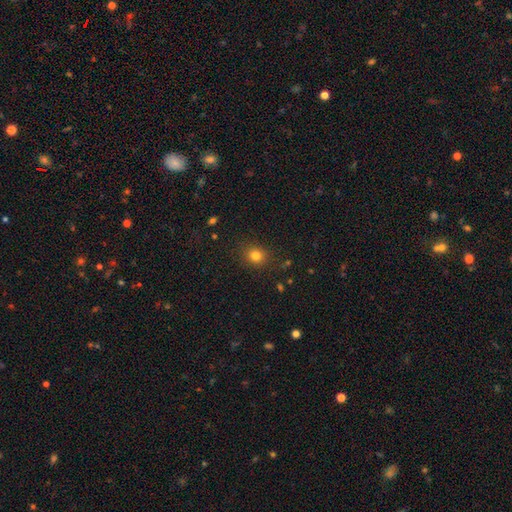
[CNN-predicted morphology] Smooth or featured: smooth — 80% (star or artifact — 14%)
How rounded: round — 76% (in between — 23%)
Merging: none — 86% (minor disturbance — 9%)